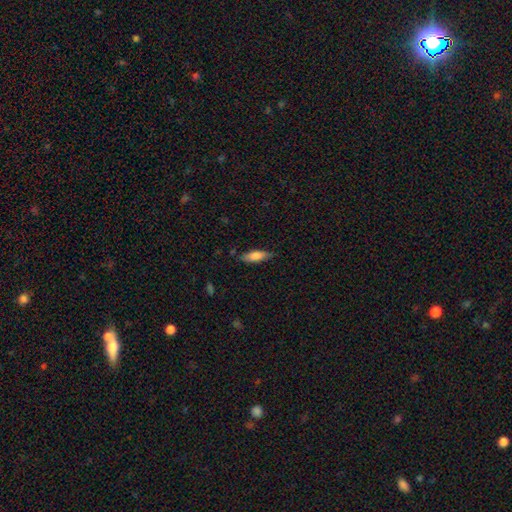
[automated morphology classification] A smooth galaxy with no disk features (79%) that is in between round and cigar-shaped (58%). Merging: none (77%).